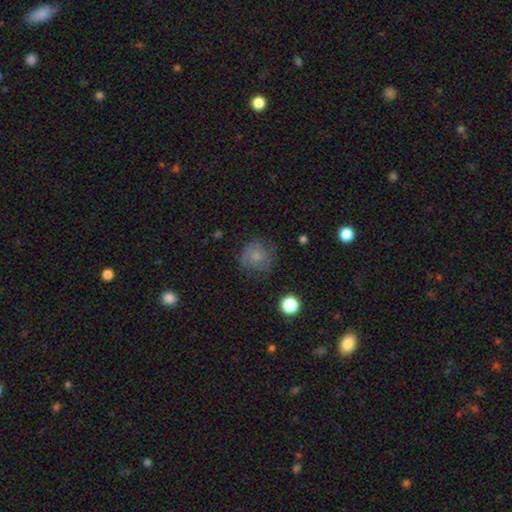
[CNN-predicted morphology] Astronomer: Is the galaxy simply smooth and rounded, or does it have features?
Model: smooth — 56% (runner-up: featured or disk, 32%).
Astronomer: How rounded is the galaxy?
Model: round — 83%.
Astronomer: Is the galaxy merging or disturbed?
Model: none — 65%.